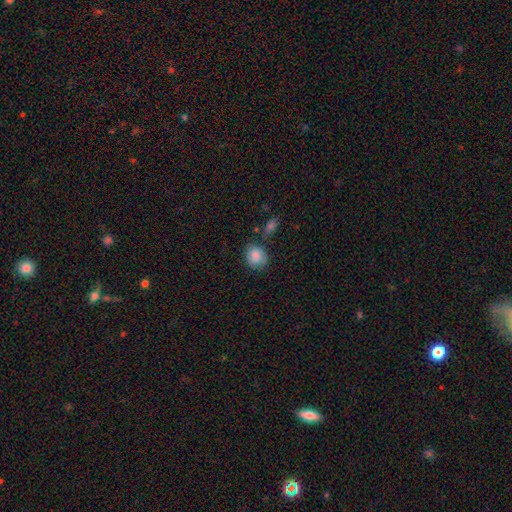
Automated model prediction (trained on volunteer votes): A smooth galaxy with no disk features (85%) that is round (66%). Merging: none (69%).